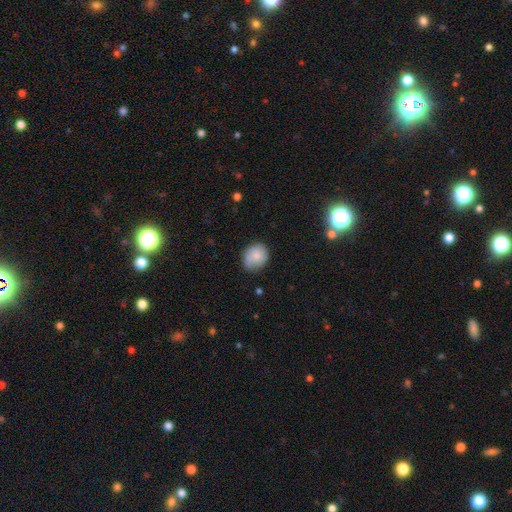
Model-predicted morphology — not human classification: This appears to be a smooth galaxy with no disk features (71%) that is round (70%). Merging: none (65%).